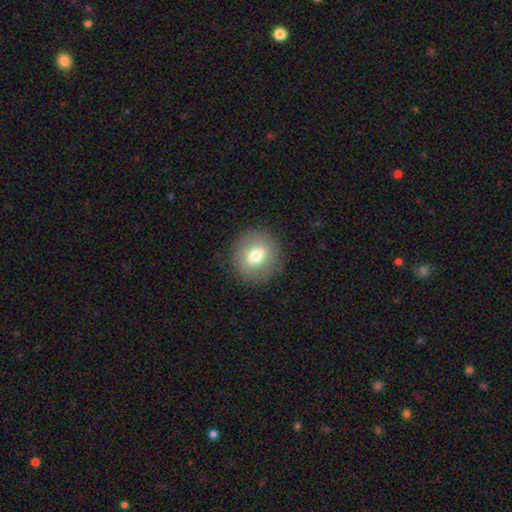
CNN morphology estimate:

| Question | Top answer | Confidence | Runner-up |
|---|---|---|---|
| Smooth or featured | smooth | 67% | featured or disk (24%) |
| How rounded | round | 82% | in between (17%) |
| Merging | none | 87% | minor disturbance (9%) |